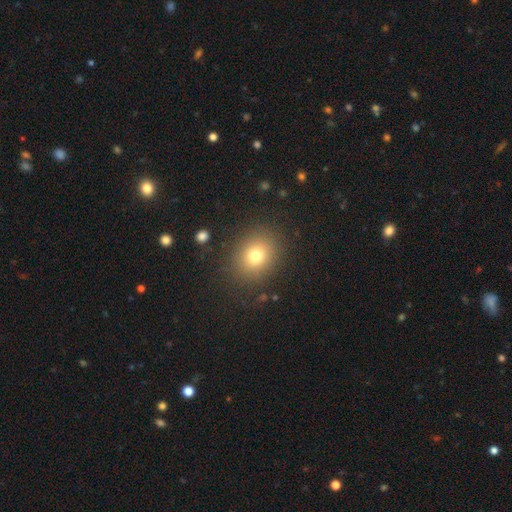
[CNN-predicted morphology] smooth 77%, star or artifact 13%, featured or disk 10%. Down the decision tree: how rounded — round (60%); merging — none (86%).